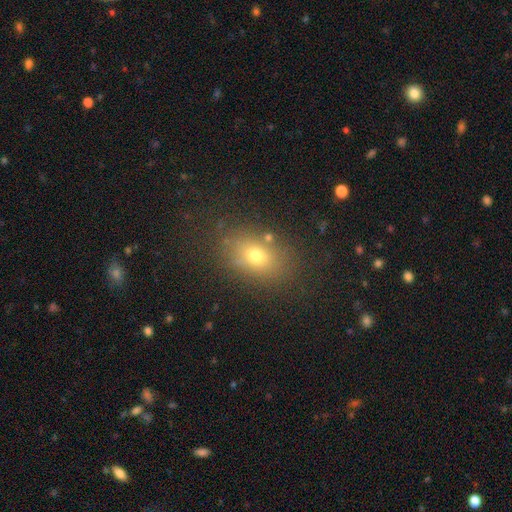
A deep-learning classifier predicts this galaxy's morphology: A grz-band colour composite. It shows a smooth galaxy with no disk features (70%) that is in between round and cigar-shaped (75%). Merging: none (80%).